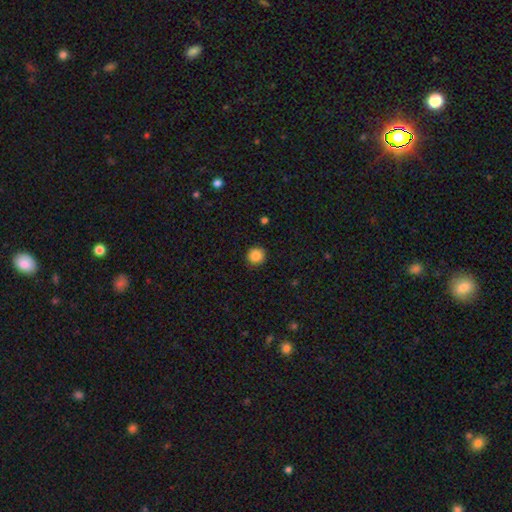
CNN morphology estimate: The model was most divided on "smooth or featured": smooth: 87%, star or artifact: 9%, featured or disk: 4%. More confident: how rounded — round (94%); merging — none (91%).